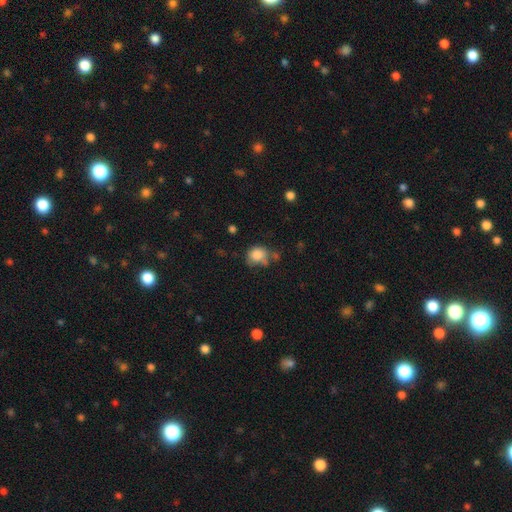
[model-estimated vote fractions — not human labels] A smooth galaxy with no disk features (82%) that is round (64%). Merging: none (49%).